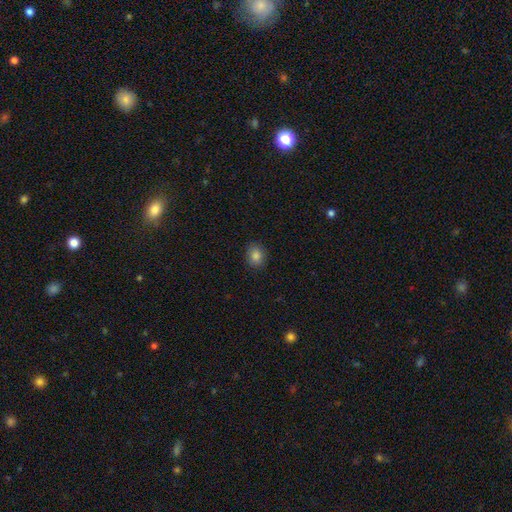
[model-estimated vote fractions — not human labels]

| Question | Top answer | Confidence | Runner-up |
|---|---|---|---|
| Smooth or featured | smooth | 85% | star or artifact (11%) |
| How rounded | round | 57% | in between (42%) |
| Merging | none | 87% | minor disturbance (10%) |